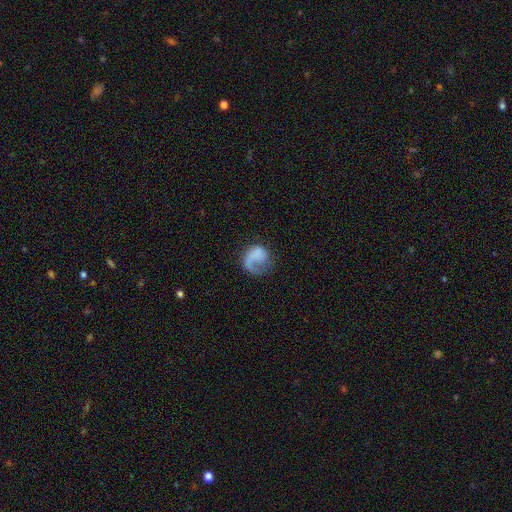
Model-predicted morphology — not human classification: This appears to be a featured or disk galaxy (50%). Merging: major disturbance (41%).